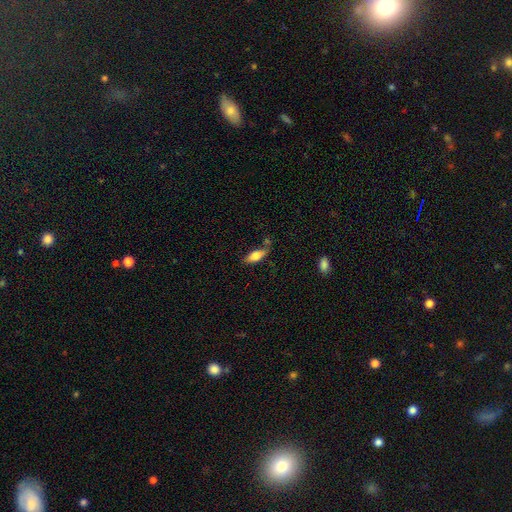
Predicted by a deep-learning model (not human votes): A smooth galaxy with no disk features (74%) that is in between round and cigar-shaped (69%). Merging: none (64%).